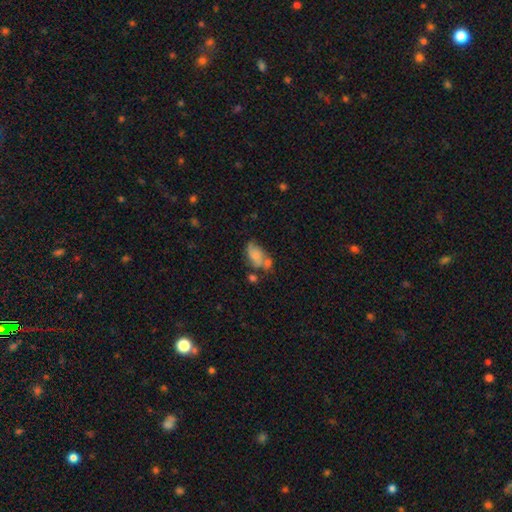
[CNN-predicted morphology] smooth-or-featured: smooth: 70% | featured or disk: 21% | star or artifact: 10%
  how-rounded: in between: 90% | round: 7% | cigar-shaped: 3%
  merging: none: 33% | merger: 30% | minor disturbance: 23% | major disturbance: 14%